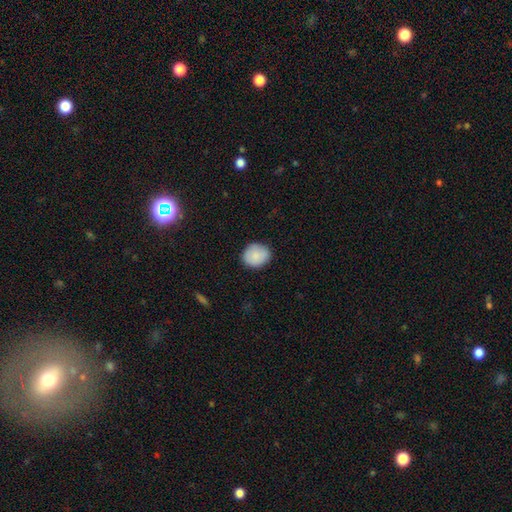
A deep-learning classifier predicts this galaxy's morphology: This appears to be a smooth galaxy with no disk features (88%) that is round (68%). Merging: none (85%).